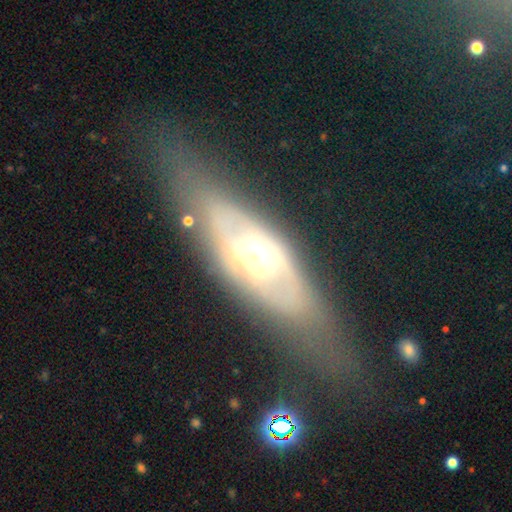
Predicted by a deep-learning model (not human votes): smooth_or_featured: featured or disk (p=0.64) [alt: smooth p=0.27]
disk_edge_on: no (p=0.66) [alt: yes p=0.34]
merging: none (p=0.57) [alt: minor disturbance p=0.21]